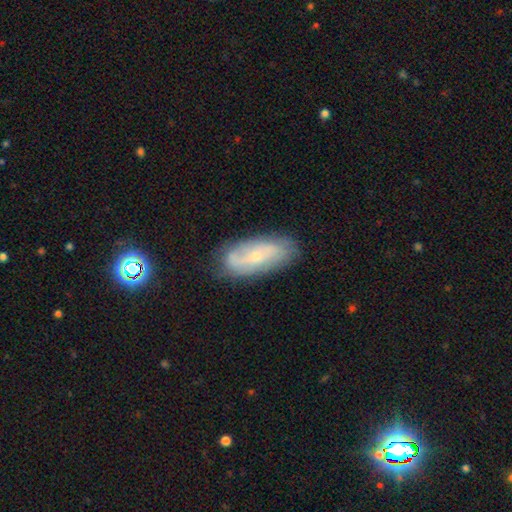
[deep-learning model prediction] smooth-or-featured: featured or disk: 64% | smooth: 29% | star or artifact: 8%
  disk-edge-on: no: 89% | yes: 11%
    bar: no: 57% | weak: 32% | strong: 11%
    has-spiral-arms: yes: 79% | no: 21%
    bulge-size: small: 73% | moderate: 23% | none: 2% | large: 1% | dominant: 1%
  merging: none: 74% | minor disturbance: 19% | major disturbance: 5% | merger: 2%